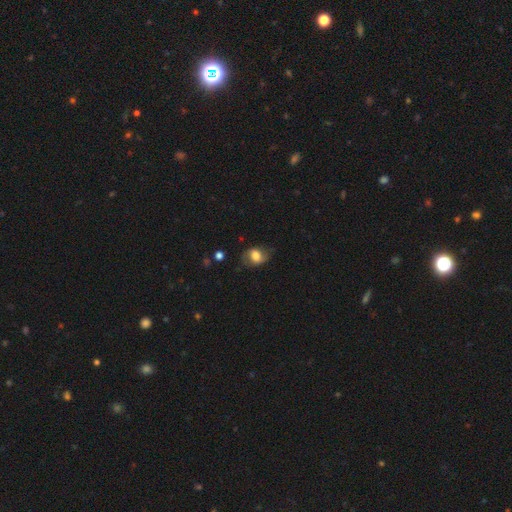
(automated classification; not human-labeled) A smooth galaxy with no disk features (61%) that is in between round and cigar-shaped (64%).

Vote fractions:
- Smooth or featured? smooth: 61% / featured or disk: 30% / star or artifact: 8%
- How rounded? in between: 64% / round: 35% / cigar-shaped: 1%
- Merging? none: 66% / minor disturbance: 22% / major disturbance: 10% / merger: 2%